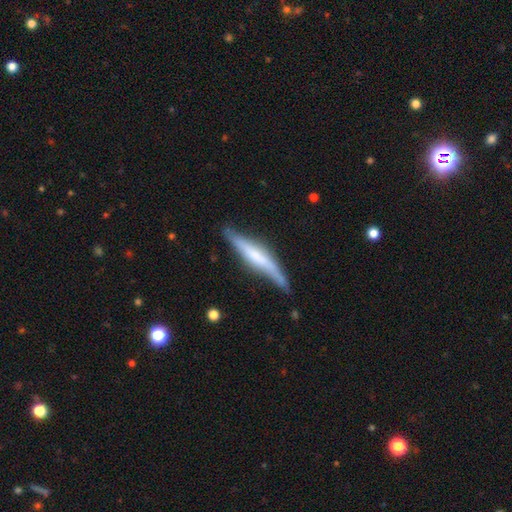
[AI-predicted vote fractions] featured or disk 58%, smooth 36%, star or artifact 6%. Down the decision tree: edge-on disk — yes (90%); edge-on bulge — rounded (35%); merging — none (70%).